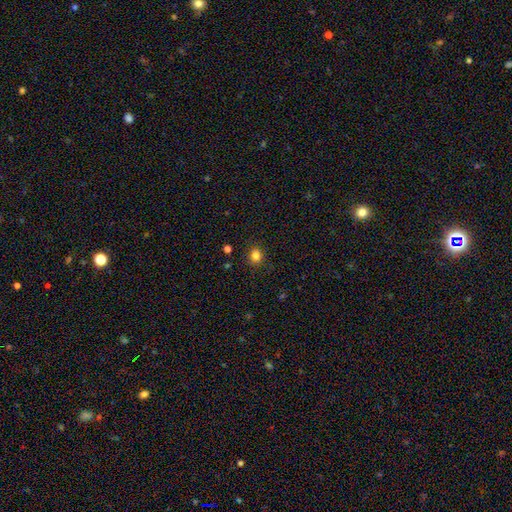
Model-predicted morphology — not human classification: smooth_or_featured: smooth (p=0.83) [alt: star or artifact p=0.13]
how_rounded: round (p=0.74) [alt: in between p=0.25]
merging: none (p=0.88) [alt: minor disturbance p=0.08]